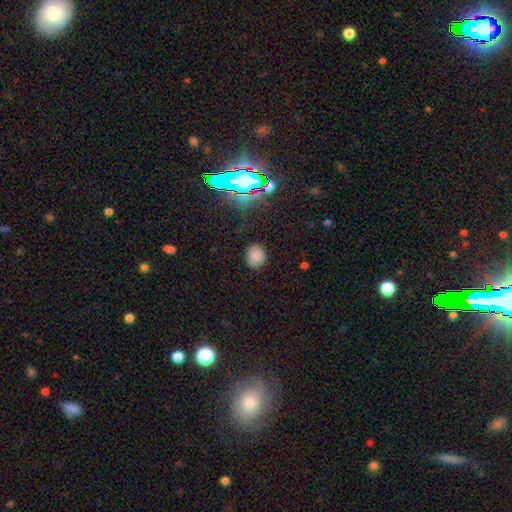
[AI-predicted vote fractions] Smooth or featured? smooth (78%)
How rounded? round (67%)
Merging? none (83%)